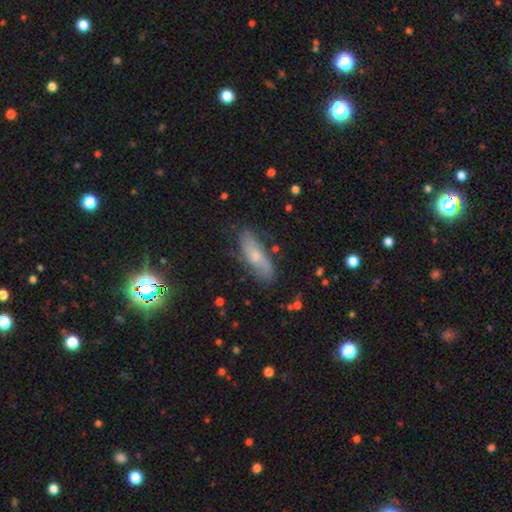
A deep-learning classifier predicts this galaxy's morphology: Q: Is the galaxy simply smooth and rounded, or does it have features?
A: smooth — 50%.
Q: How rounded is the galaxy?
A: in between — 58%.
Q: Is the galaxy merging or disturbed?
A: none — 73%.